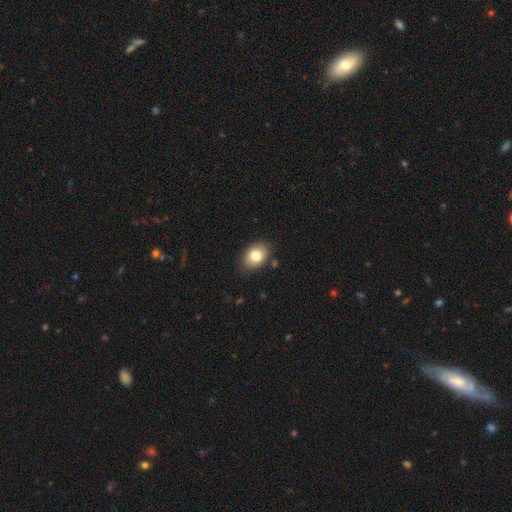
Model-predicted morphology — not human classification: smooth-or-featured: smooth: 81% | featured or disk: 11% | star or artifact: 8%
  how-rounded: in between: 77% | round: 22% | cigar-shaped: 1%
  merging: none: 82% | minor disturbance: 13% | major disturbance: 3% | merger: 2%